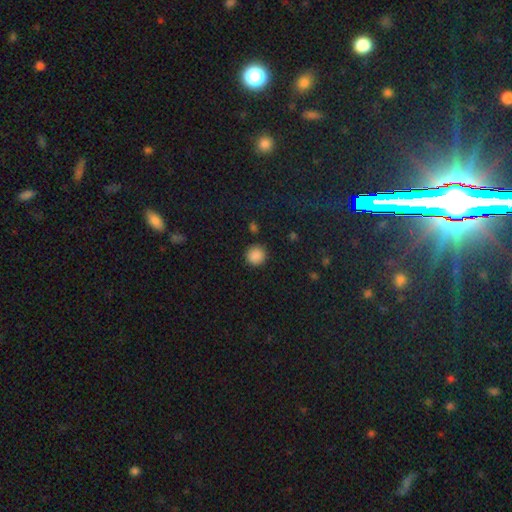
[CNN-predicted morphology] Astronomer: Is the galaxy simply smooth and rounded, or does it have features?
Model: smooth — 87%.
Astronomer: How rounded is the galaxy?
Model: round — 94%.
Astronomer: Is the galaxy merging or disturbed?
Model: none — 90%.